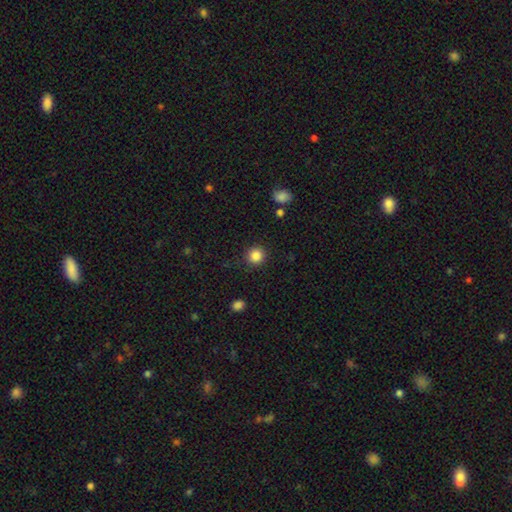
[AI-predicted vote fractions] A smooth galaxy with no disk features (85%) that is round (93%). Merging: none (90%).